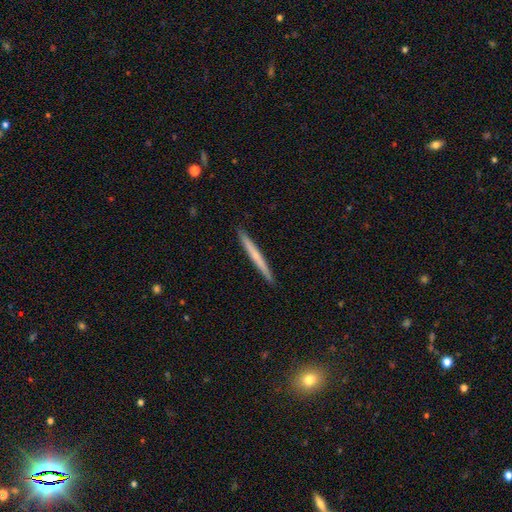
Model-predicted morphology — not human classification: A smooth galaxy with no disk features (48%).

Vote fractions:
- Smooth or featured? smooth: 48% / featured or disk: 46% / star or artifact: 5%
- Merging? none: 92% / minor disturbance: 5% / major disturbance: 1% / merger: 1%